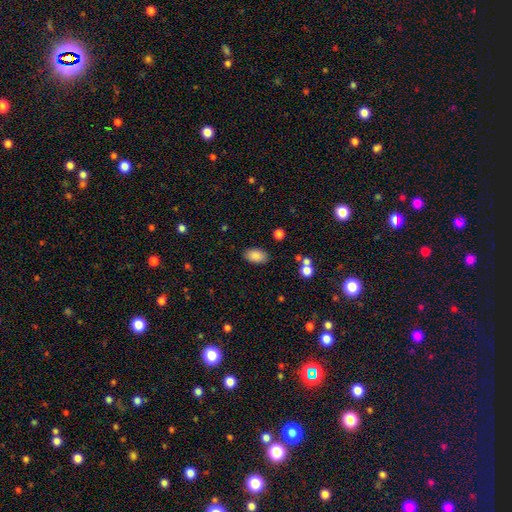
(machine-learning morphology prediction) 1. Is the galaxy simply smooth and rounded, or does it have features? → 87% smooth, 8% star or artifact, 5% featured or disk.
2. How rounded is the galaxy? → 92% in between, 6% round, 2% cigar-shaped.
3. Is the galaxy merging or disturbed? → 86% none, 9% minor disturbance, 3% major disturbance, 2% merger.